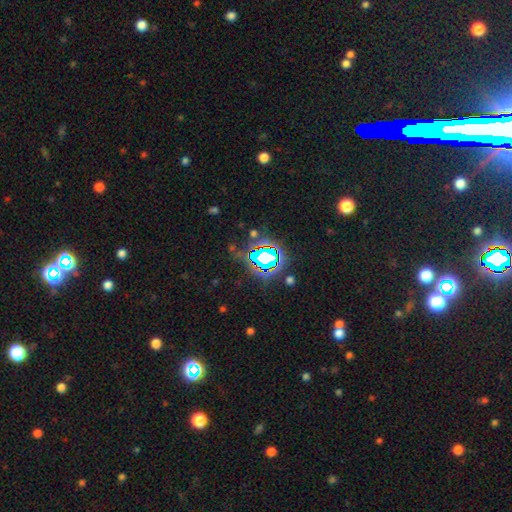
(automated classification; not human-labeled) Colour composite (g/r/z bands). It shows a star or artifact, not a galaxy (78%).